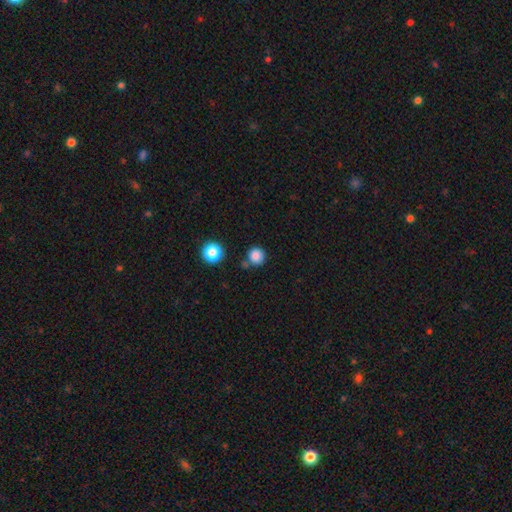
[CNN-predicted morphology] This appears to be a smooth galaxy with no disk features (84%) that is round (93%). Merging: none (78%).